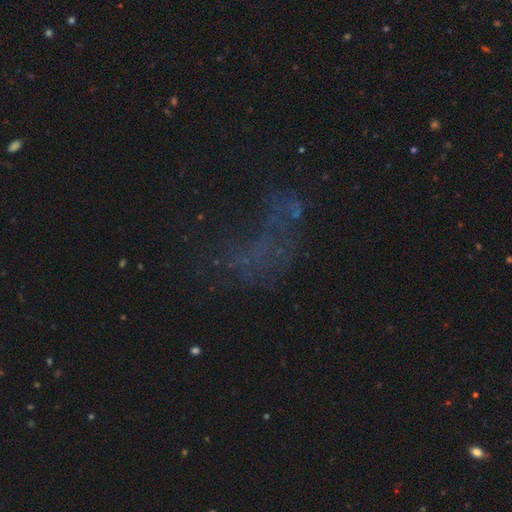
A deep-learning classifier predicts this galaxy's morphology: Overall: star or artifact (47%; featured or disk 31%).